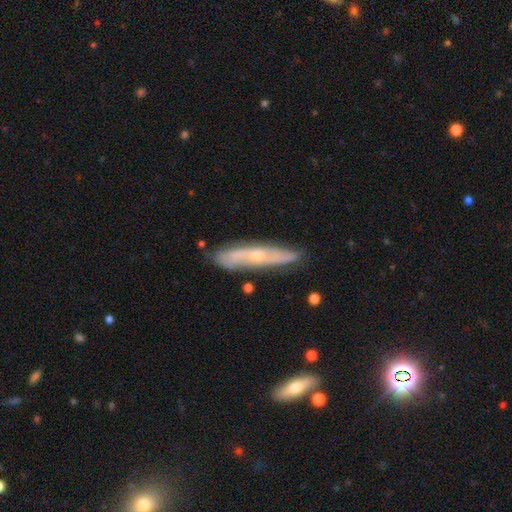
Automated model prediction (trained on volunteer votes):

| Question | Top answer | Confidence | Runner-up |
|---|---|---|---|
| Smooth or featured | featured or disk | 66% | smooth (27%) |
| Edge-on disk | yes | 51% | no (49%) |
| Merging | none | 79% | minor disturbance (16%) |